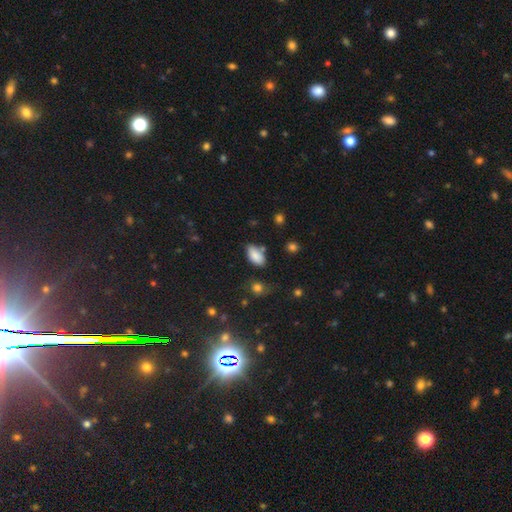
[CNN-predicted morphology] A smooth galaxy with no disk features (83%) that is in between round and cigar-shaped (91%). Merging: none (62%).